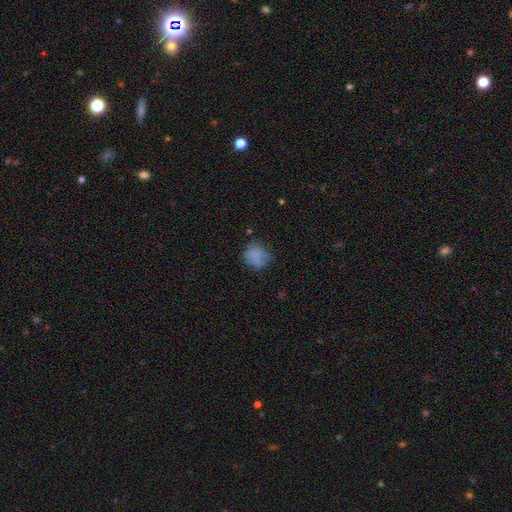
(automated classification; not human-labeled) Morphology: type=smooth (76%); roundness=round (78%); merging=none (65%).